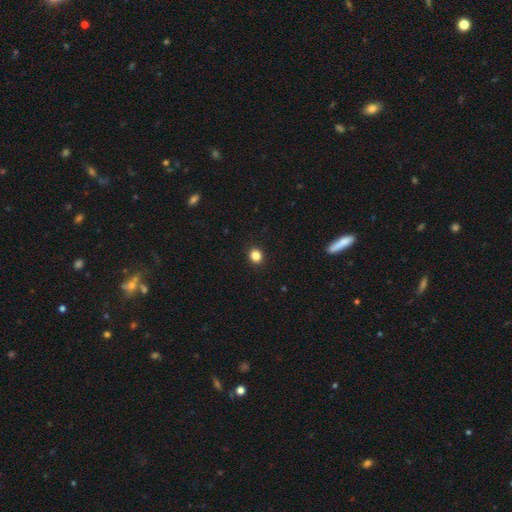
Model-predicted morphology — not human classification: A smooth galaxy with no disk features (85%) that is round (76%). Merging: none (92%).